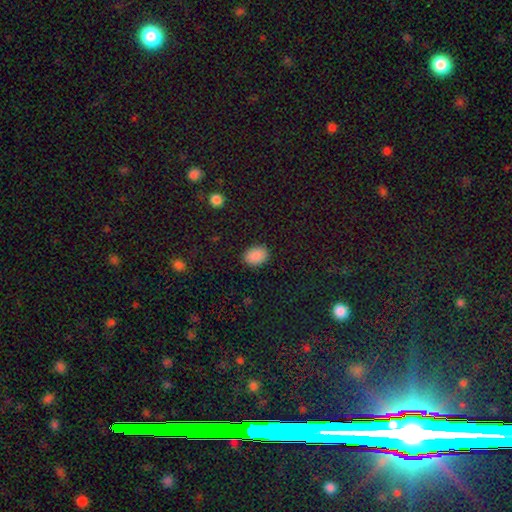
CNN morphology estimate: Smooth or featured? smooth (89%)
How rounded? in between (76%)
Merging? none (89%)